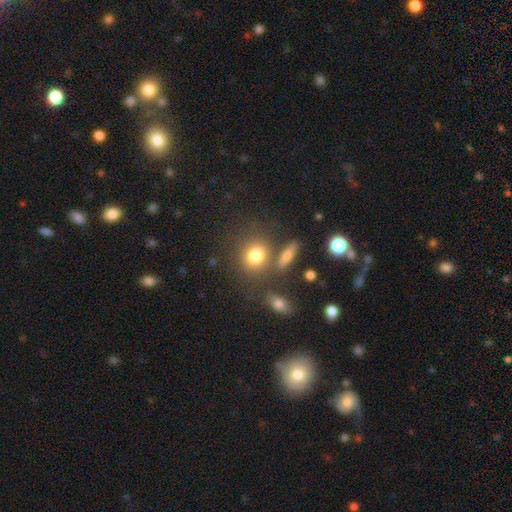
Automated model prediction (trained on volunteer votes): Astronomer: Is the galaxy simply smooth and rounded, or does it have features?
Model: smooth — 78%.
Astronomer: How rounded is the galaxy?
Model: round — 68%.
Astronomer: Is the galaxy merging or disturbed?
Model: none — 68%.